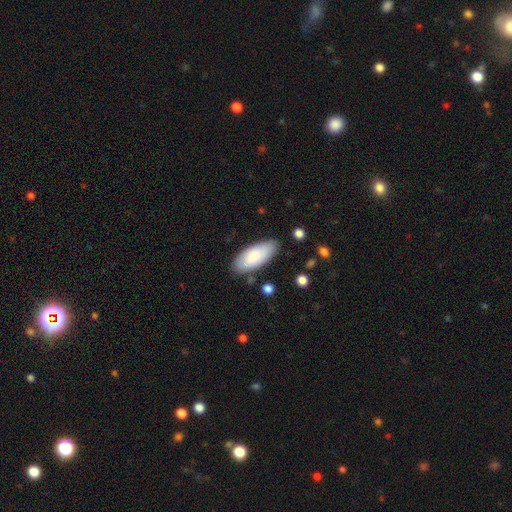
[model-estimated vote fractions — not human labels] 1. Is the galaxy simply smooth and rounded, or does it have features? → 84% smooth, 10% featured or disk, 5% star or artifact.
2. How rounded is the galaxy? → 85% in between, 13% cigar-shaped, 2% round.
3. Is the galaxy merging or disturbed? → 82% none, 13% minor disturbance, 3% major disturbance, 2% merger.